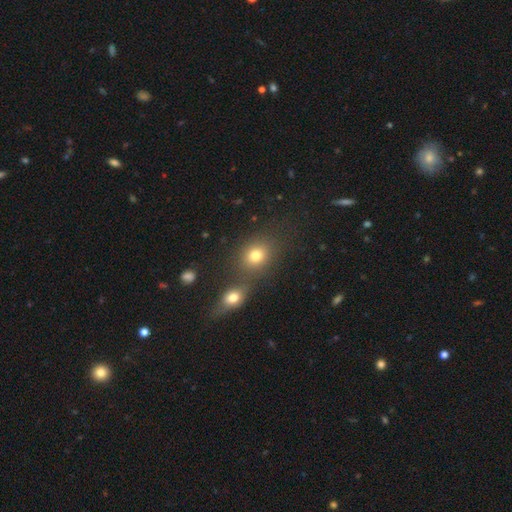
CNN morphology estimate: Q: Smooth or featured?
A: smooth (76%); runner-up: star or artifact (14%)
Q: How rounded?
A: round (61%); runner-up: in between (38%)
Q: Merging?
A: none (56%); runner-up: merger (31%)